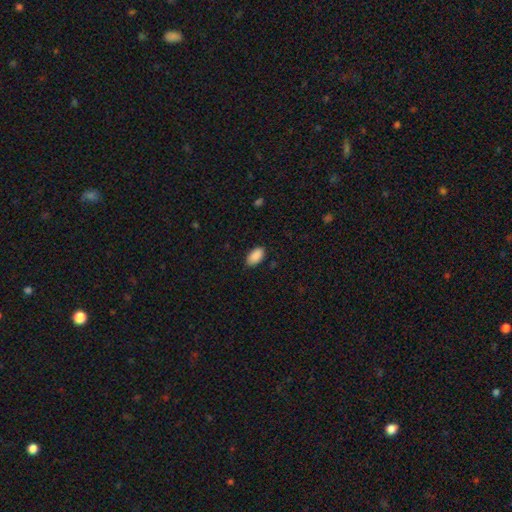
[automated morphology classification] The model was most divided on "merging": none: 85%, minor disturbance: 12%, major disturbance: 2%, merger: 1%. More confident: how rounded — in between (95%); smooth or featured — smooth (90%).